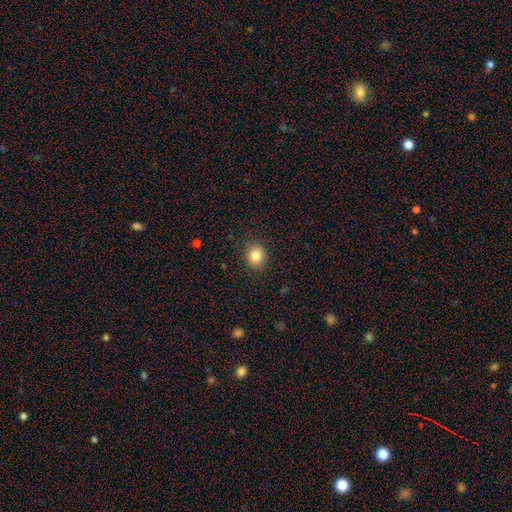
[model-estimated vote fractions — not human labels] smooth-or-featured: smooth: 84% | star or artifact: 10% | featured or disk: 6%
  how-rounded: round: 73% | in between: 26% | cigar-shaped: 1%
  merging: none: 88% | minor disturbance: 8% | major disturbance: 2% | merger: 1%